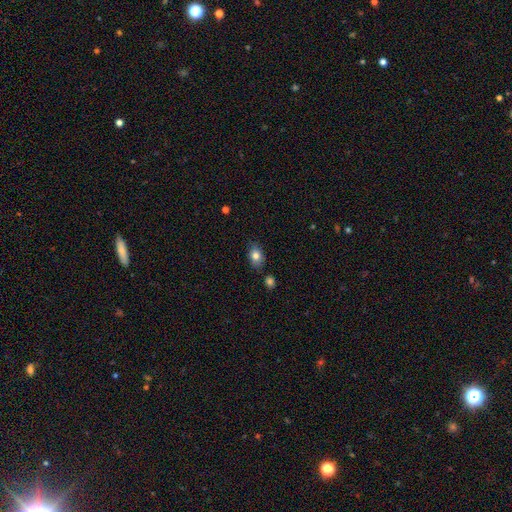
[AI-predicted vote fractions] Smooth or featured? Predicted: smooth (p=0.80). How rounded? Predicted: in between (p=0.77). Merging? Predicted: none (p=0.78).